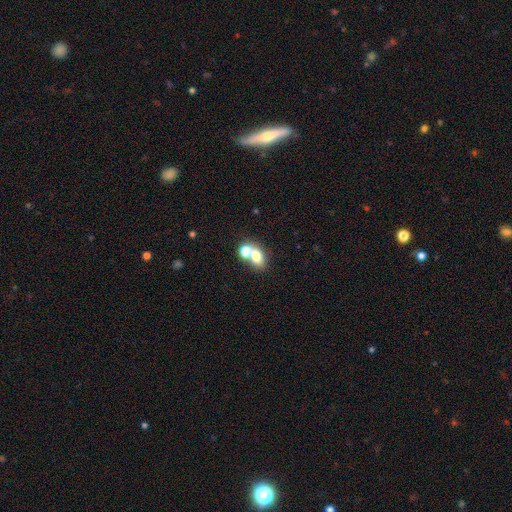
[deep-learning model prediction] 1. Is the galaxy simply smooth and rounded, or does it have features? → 71% smooth, 16% featured or disk, 13% star or artifact.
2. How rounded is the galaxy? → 59% in between, 39% round, 1% cigar-shaped.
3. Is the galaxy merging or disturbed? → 48% merger, 40% none, 8% minor disturbance, 4% major disturbance.